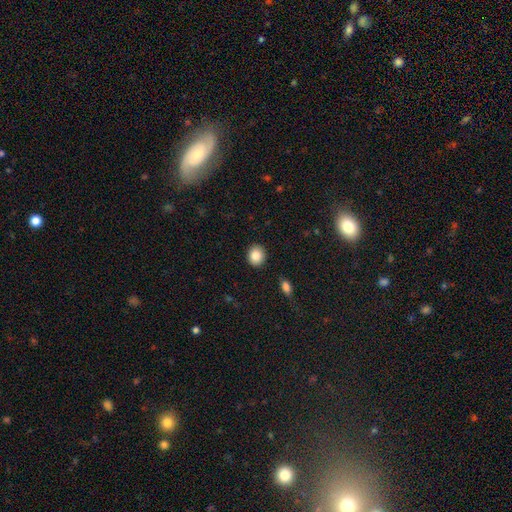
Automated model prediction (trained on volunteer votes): This appears to be a smooth galaxy with no disk features (86%) that is round (72%). Merging: none (90%).